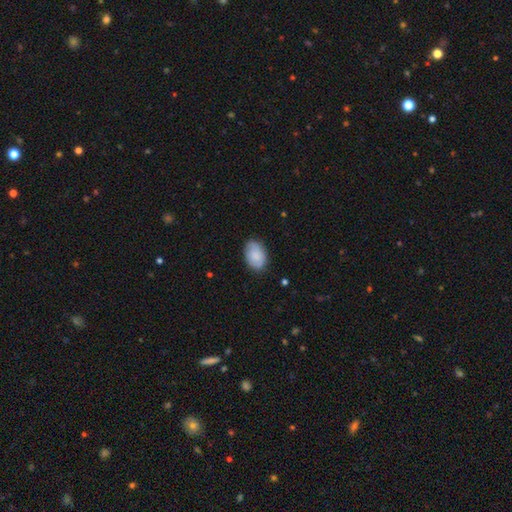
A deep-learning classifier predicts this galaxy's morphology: smooth_or_featured: smooth (p=0.82) [alt: featured or disk p=0.11]
how_rounded: in between (p=0.87) [alt: round p=0.12]
merging: none (p=0.78) [alt: minor disturbance p=0.17]